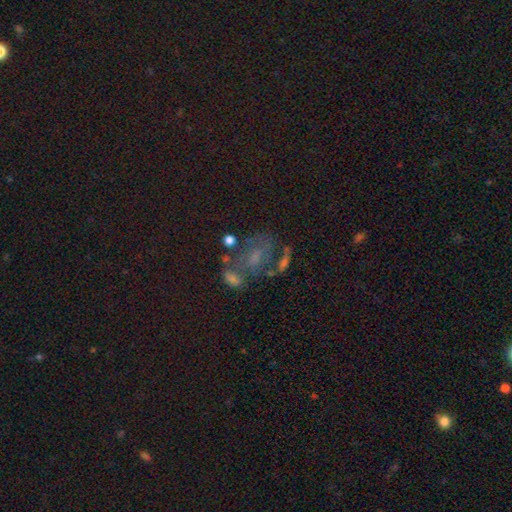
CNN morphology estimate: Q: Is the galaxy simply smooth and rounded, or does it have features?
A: featured or disk — 40%.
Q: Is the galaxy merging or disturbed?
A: none — 35%.